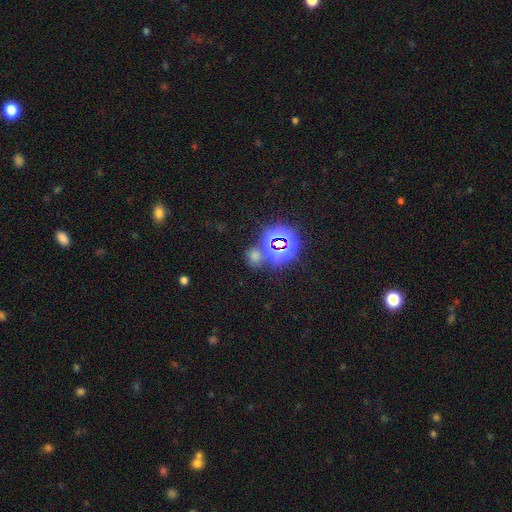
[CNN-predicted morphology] The model was most divided on "smooth or featured": star or artifact: 52%, smooth: 40%, featured or disk: 8%.